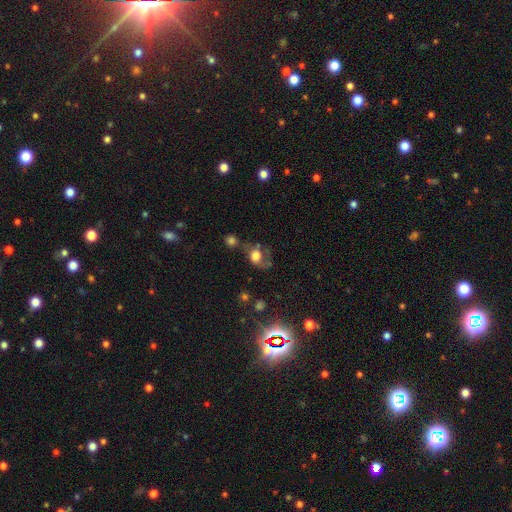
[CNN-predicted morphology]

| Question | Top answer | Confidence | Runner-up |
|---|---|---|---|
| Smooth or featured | smooth | 60% | featured or disk (26%) |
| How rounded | in between | 50% | round (48%) |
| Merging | none | 34% | major disturbance (28%) |